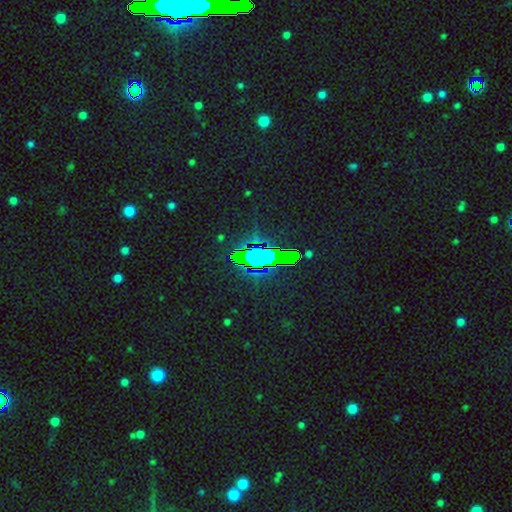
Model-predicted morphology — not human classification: This is likely a star or artifact rather than a galaxy (76%).